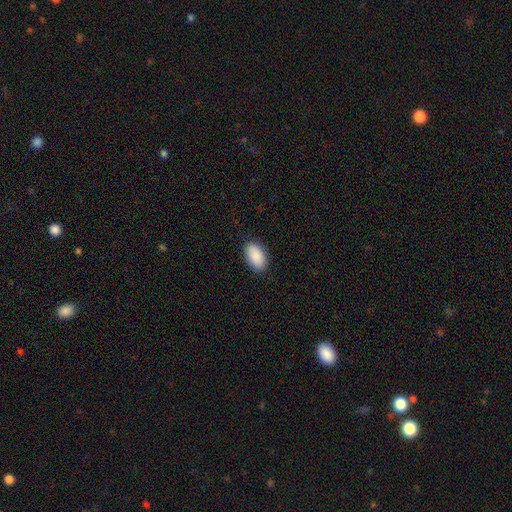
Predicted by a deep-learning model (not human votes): A smooth galaxy with no disk features (90%) that is in between round and cigar-shaped (94%).

Vote fractions:
- Smooth or featured? smooth: 90% / star or artifact: 6% / featured or disk: 4%
- How rounded? in between: 94% / round: 4% / cigar-shaped: 2%
- Merging? none: 87% / minor disturbance: 10% / major disturbance: 2% / merger: 1%